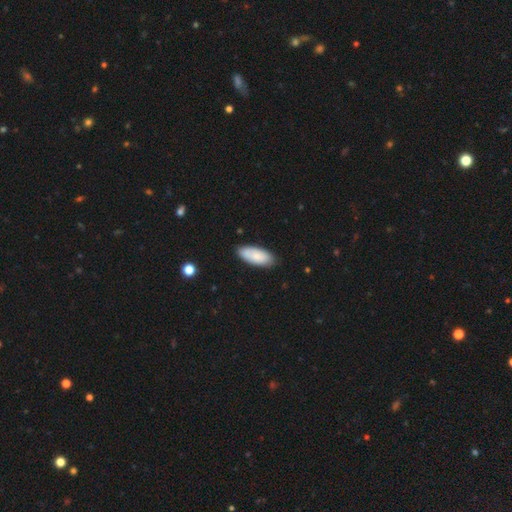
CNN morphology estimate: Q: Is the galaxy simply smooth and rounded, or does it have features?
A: smooth — 81%.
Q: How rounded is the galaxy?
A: in between — 86%.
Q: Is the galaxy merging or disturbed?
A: none — 84%.